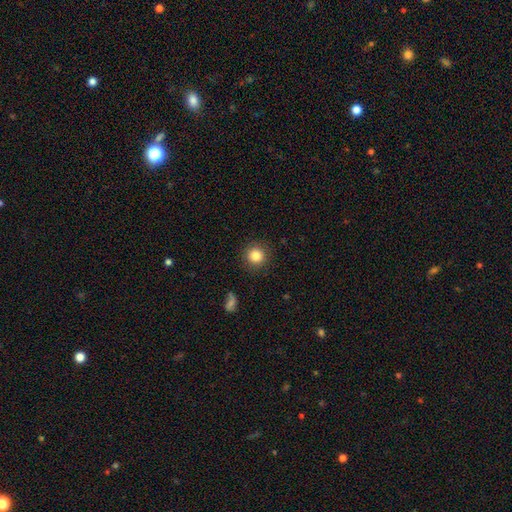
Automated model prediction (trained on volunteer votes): Smooth or featured? smooth (83%)
How rounded? round (94%)
Merging? none (90%)